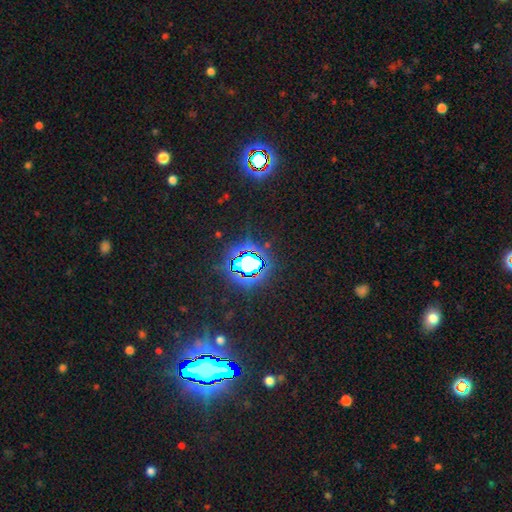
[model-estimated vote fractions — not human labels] smooth_or_featured: star or artifact (p=0.82) [alt: smooth p=0.10]